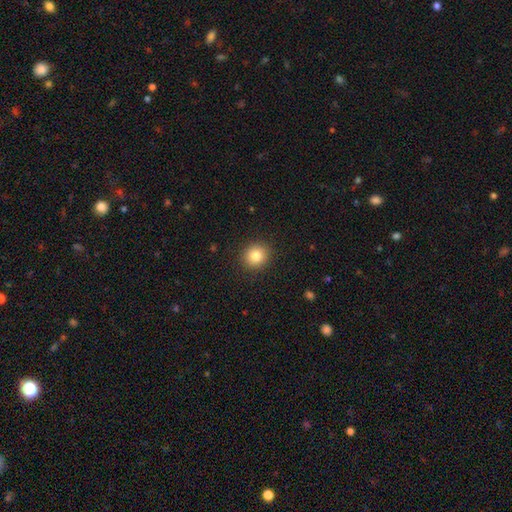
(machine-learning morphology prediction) The model was most divided on "how rounded": round: 83%, in between: 17%, cigar-shaped: 1%. More confident: merging — none (91%); smooth or featured — smooth (83%).